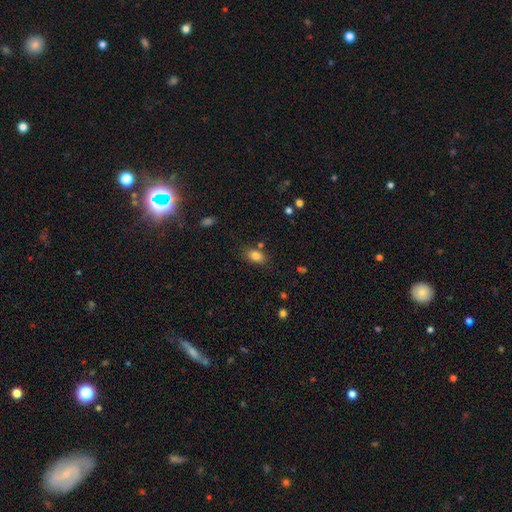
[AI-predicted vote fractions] Smooth or featured? Predicted: smooth (p=0.83). How rounded? Predicted: in between (p=0.86). Merging? Predicted: none (p=0.79).